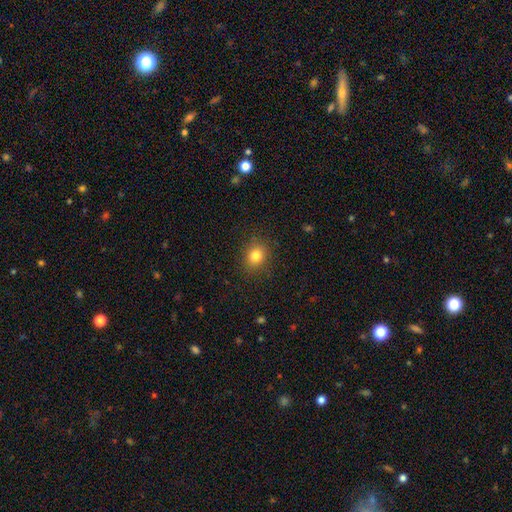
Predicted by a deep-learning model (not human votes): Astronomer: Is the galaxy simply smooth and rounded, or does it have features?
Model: smooth — 81%.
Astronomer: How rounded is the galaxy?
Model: round — 72%.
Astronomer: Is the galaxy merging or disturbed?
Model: none — 87%.